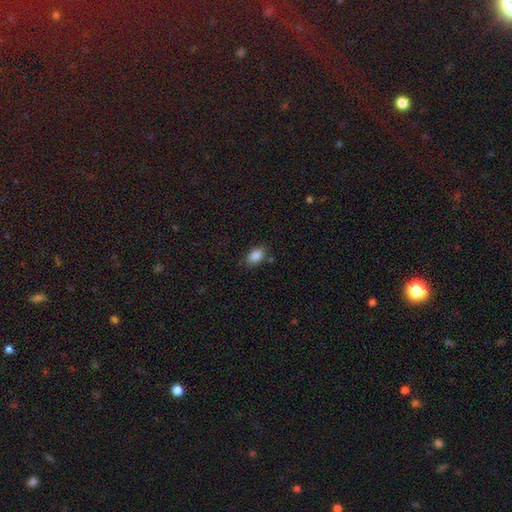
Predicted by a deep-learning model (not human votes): Overall: smooth (87%). How rounded: in between (88%). Merging: none (78%).